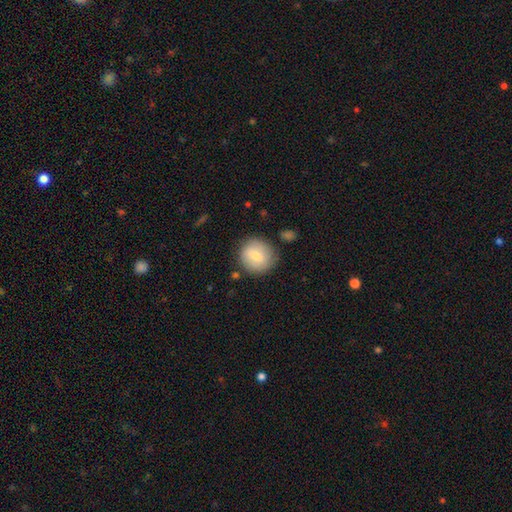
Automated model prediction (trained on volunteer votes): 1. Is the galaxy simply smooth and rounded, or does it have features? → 71% smooth, 22% featured or disk, 7% star or artifact.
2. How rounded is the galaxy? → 90% round, 9% in between, 1% cigar-shaped.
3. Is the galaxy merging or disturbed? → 80% none, 13% minor disturbance, 4% major disturbance, 3% merger.